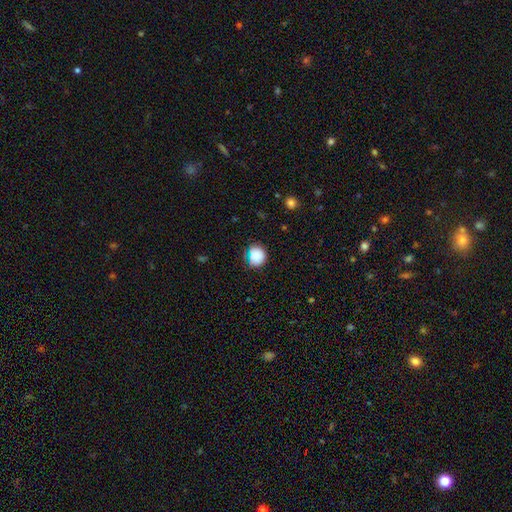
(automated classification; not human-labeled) Smooth or featured? smooth (83%)
How rounded? round (83%)
Merging? none (75%)